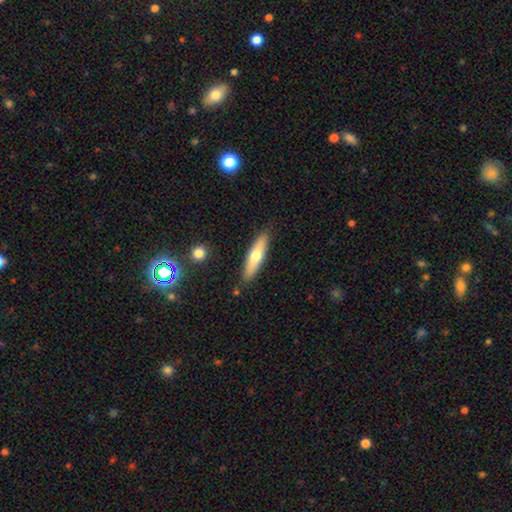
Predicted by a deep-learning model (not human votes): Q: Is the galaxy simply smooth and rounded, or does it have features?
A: smooth — 61%.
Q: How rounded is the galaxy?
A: cigar-shaped — 73%.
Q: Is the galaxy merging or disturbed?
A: none — 86%.